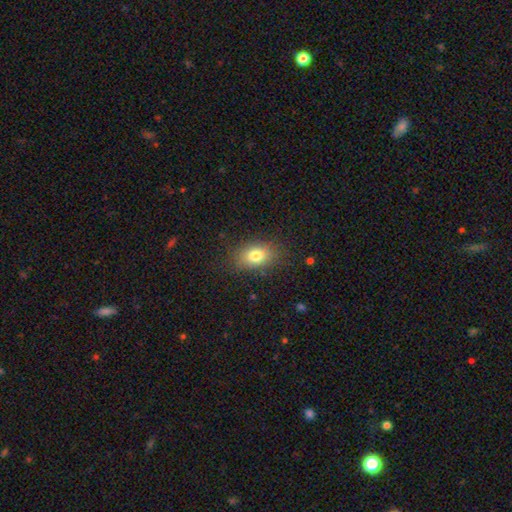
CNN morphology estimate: Smooth or featured?
  - smooth: 79% *
  - featured or disk: 12%
  - star or artifact: 10%
How rounded?
  - in between: 83% *
  - round: 15%
  - cigar-shaped: 2%
Merging?
  - none: 81% *
  - minor disturbance: 13%
  - major disturbance: 4%
  - merger: 1%